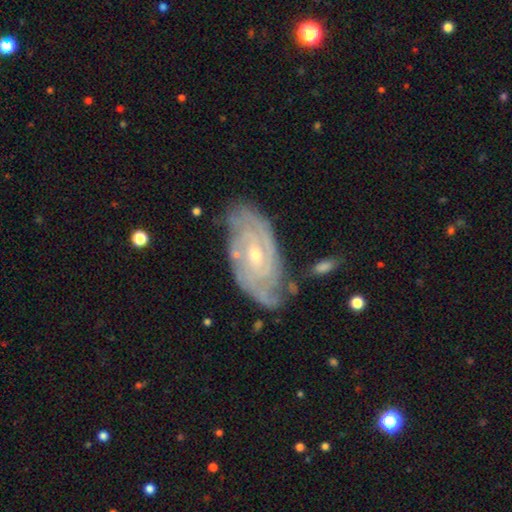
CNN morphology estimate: Smooth or featured? Predicted: featured or disk (p=0.87). Edge-on disk? Predicted: no (p=0.94). Bar? Predicted: no (p=0.55). Spiral arms? Predicted: yes (p=0.96). Spiral winding? Predicted: tight (p=0.76). Spiral arm count? Predicted: can't tell (p=0.30). Bulge size? Predicted: small (p=0.57). Merging? Predicted: none (p=0.73).